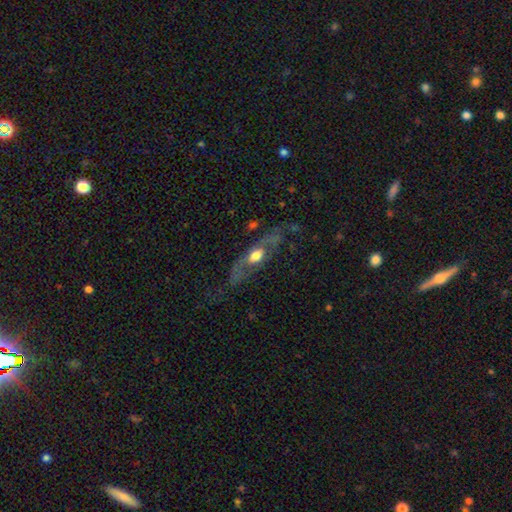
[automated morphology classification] This appears to be a featured or disk galaxy (65%). Merging: none (66%).